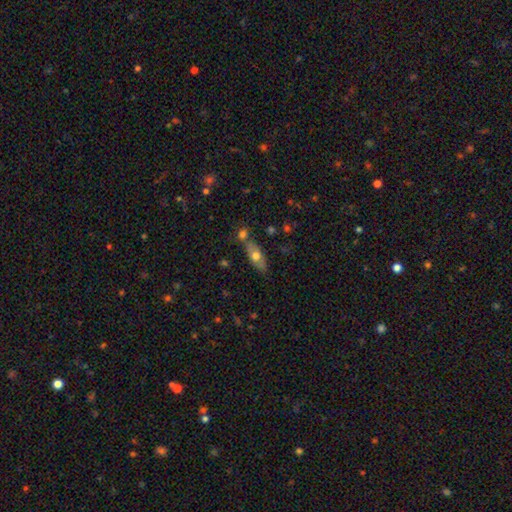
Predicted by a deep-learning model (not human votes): Overall: smooth (59%; featured or disk 33%). How rounded: in between (75%). Merging: none (58%; merger 21%).